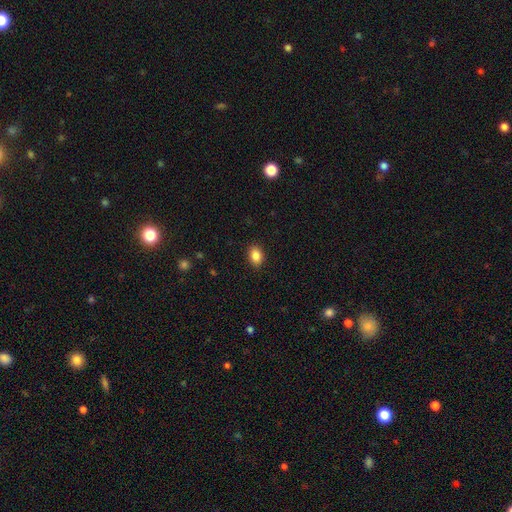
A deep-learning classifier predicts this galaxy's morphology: This appears to be a smooth galaxy with no disk features (87%) that is in between round and cigar-shaped (79%). Merging: none (89%).